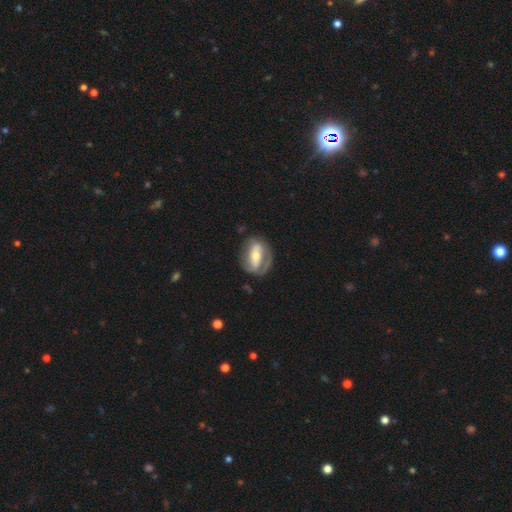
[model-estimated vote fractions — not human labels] The model was most divided on "spiral arms": yes: 58%, no: 42%. More confident: edge-on disk — no (90%); smooth or featured — featured or disk (66%); merging — none (63%); bulge size — moderate (57%); bar — strong (55%).